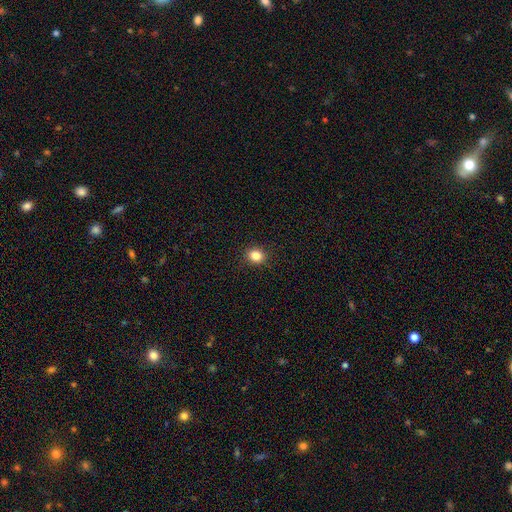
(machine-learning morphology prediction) The model was most divided on "how rounded": round: 69%, in between: 30%, cigar-shaped: 1%. More confident: merging — none (90%); smooth or featured — smooth (84%).